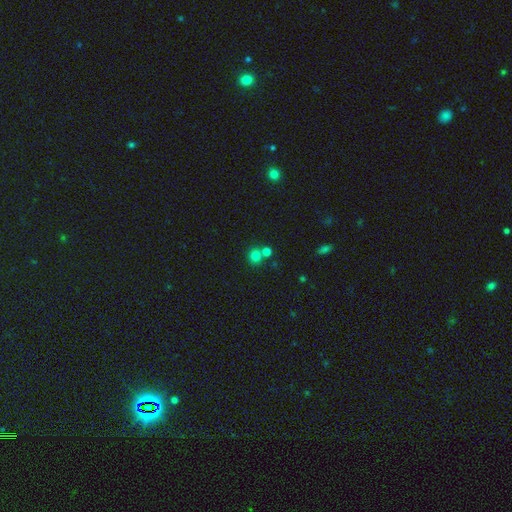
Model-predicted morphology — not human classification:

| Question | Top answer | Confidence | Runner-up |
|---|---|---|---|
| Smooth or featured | smooth | 77% | star or artifact (16%) |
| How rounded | round | 87% | in between (12%) |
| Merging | none | 61% | merger (29%) |